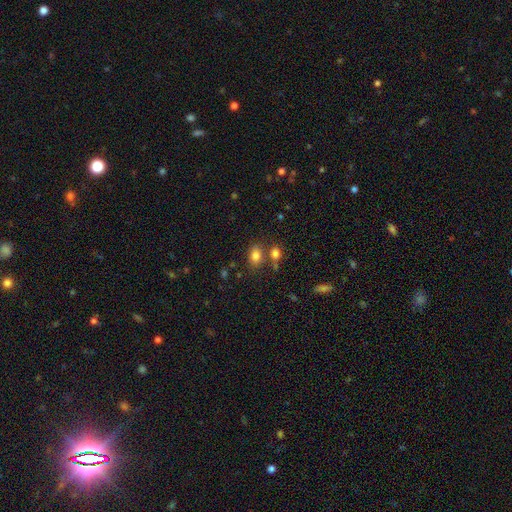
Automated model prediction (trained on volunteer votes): smooth-or-featured: smooth: 81% | star or artifact: 11% | featured or disk: 8%
  how-rounded: in between: 77% | round: 22% | cigar-shaped: 2%
  merging: none: 63% | merger: 20% | minor disturbance: 12% | major disturbance: 4%